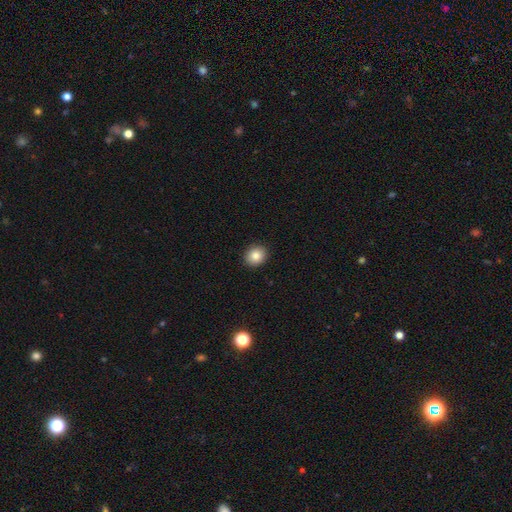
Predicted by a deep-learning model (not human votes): The model was most divided on "how rounded": round: 74%, in between: 26%, cigar-shaped: 1%. More confident: merging — none (91%); smooth or featured — smooth (84%).